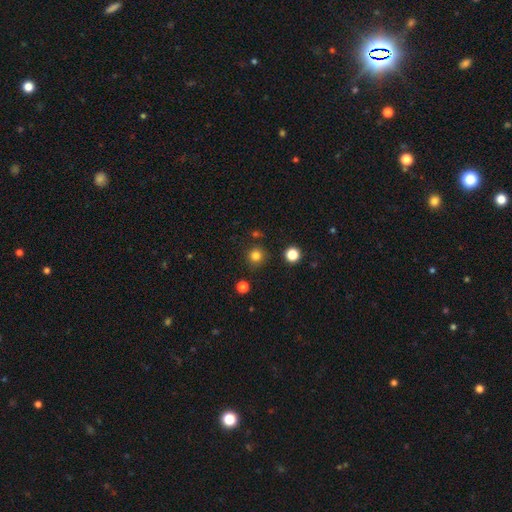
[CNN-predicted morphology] Smooth or featured: smooth — 81% (star or artifact — 15%)
How rounded: round — 94% (in between — 5%)
Merging: none — 88% (minor disturbance — 7%)